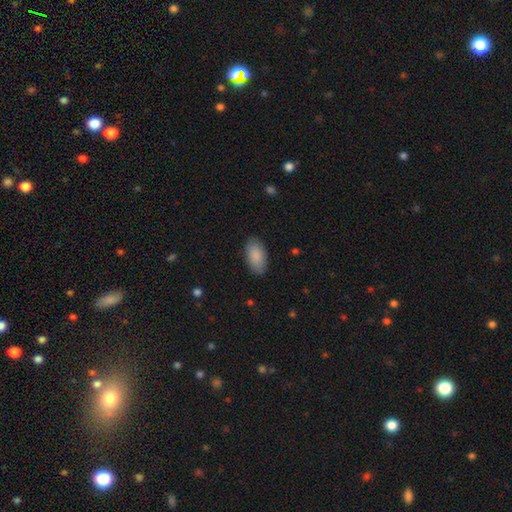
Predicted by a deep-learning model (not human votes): smooth_or_featured: smooth (p=0.89) [alt: featured or disk p=0.06]
how_rounded: in between (p=0.95) [alt: round p=0.02]
merging: none (p=0.86) [alt: minor disturbance p=0.11]